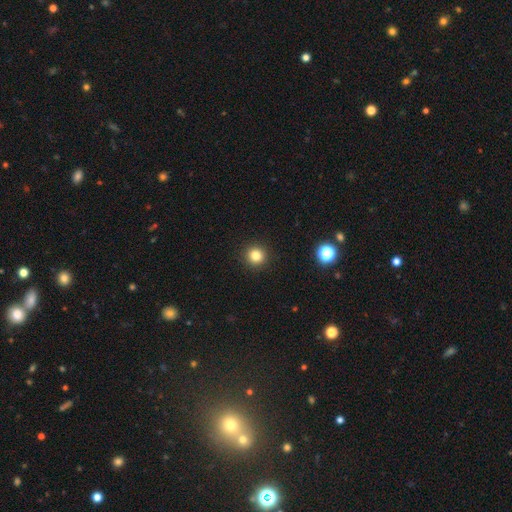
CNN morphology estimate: A smooth galaxy with no disk features (82%) that is round (94%). Merging: none (93%).